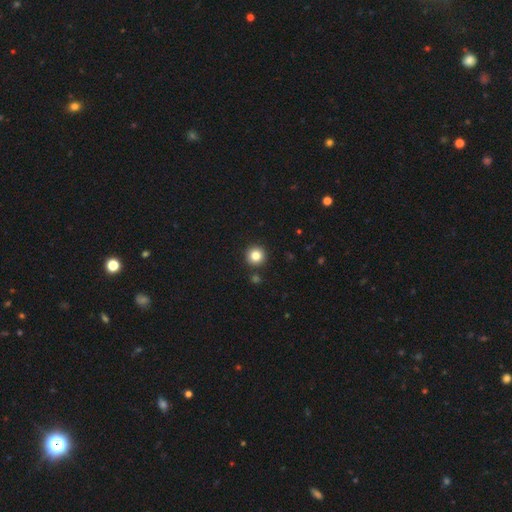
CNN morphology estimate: This is clearly a smooth galaxy (83%). How rounded: clearly round (95%). Merging: clearly none (90%).